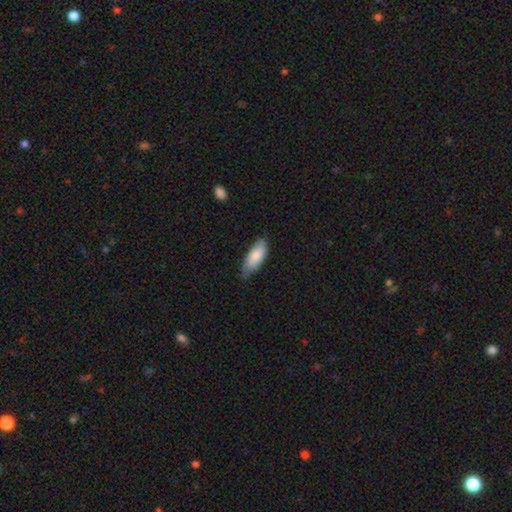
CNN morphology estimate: Overall: smooth (79%). How rounded: in between (78%). Merging: none (60%; minor disturbance 34%).